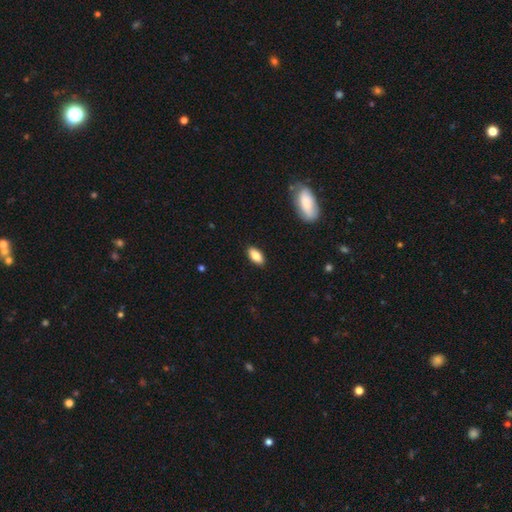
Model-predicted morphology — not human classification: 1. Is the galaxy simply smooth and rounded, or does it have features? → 83% smooth, 10% featured or disk, 7% star or artifact.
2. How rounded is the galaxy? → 89% in between, 8% cigar-shaped, 3% round.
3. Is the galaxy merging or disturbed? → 89% none, 8% minor disturbance, 2% major disturbance, 1% merger.